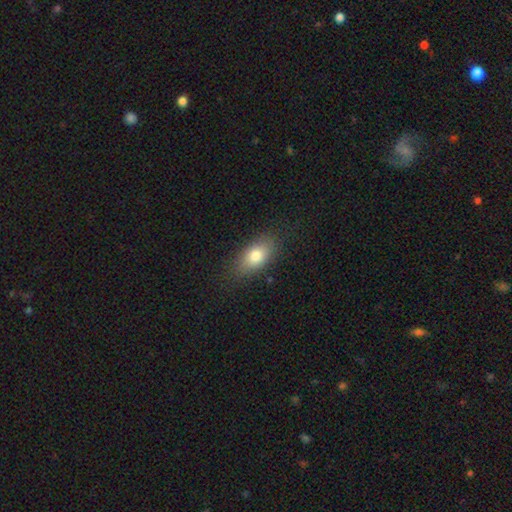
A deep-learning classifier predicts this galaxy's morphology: Q: Smooth or featured?
A: smooth (79%); runner-up: featured or disk (13%)
Q: How rounded?
A: in between (87%); runner-up: round (8%)
Q: Merging?
A: none (81%); runner-up: minor disturbance (13%)